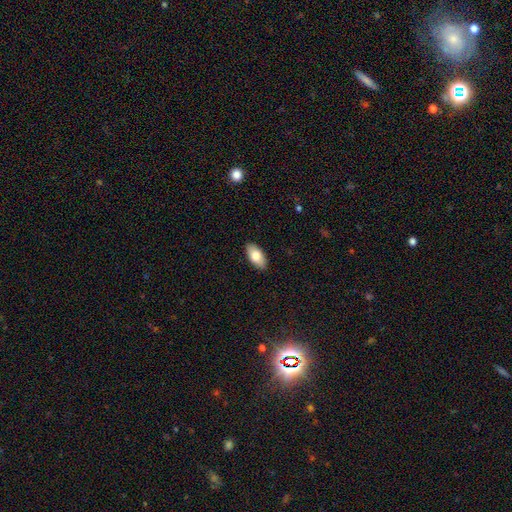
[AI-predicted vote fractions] Morphology: type=smooth (81%); roundness=in between (93%); merging=none (89%).